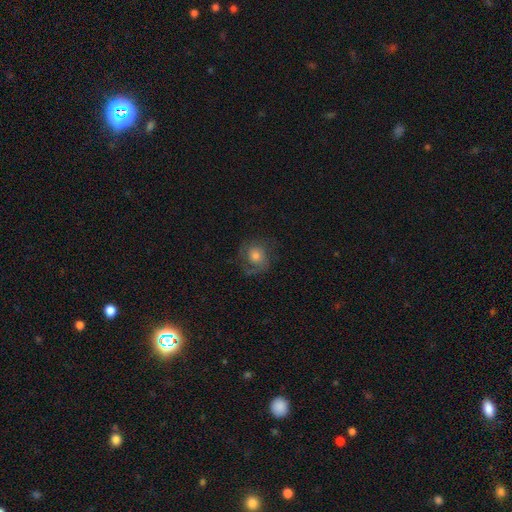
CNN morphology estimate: This appears to be a featured or disk galaxy (58%) with no bar (77%), spiral arms (88%) and a moderate central bulge (57%). Merging: none (65%).